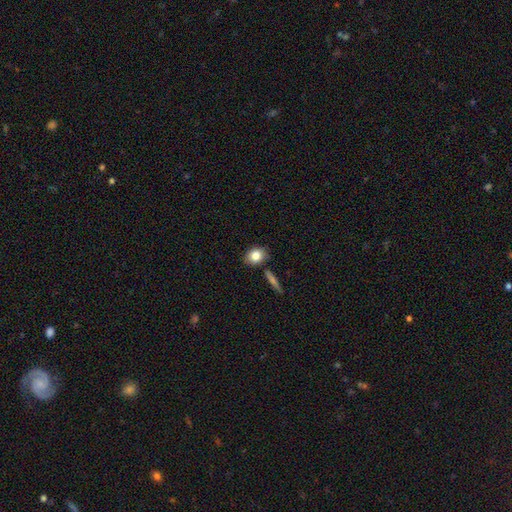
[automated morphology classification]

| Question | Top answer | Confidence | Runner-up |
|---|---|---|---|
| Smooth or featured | smooth | 80% | featured or disk (11%) |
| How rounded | in between | 55% | round (42%) |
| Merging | none | 80% | minor disturbance (11%) |